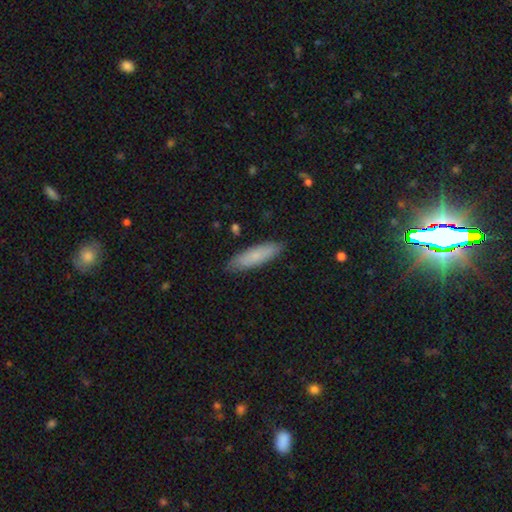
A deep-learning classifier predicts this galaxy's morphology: Overall: smooth (79%). How rounded: cigar-shaped (64%; in between 35%). Merging: none (86%).